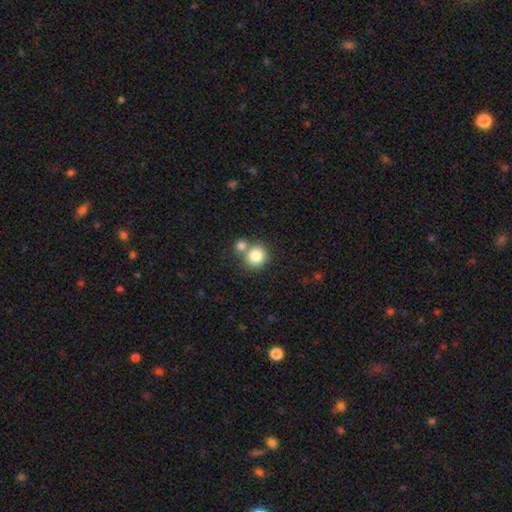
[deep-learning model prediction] Morphology: type=smooth (82%); roundness=round (87%); merging=none (56%).